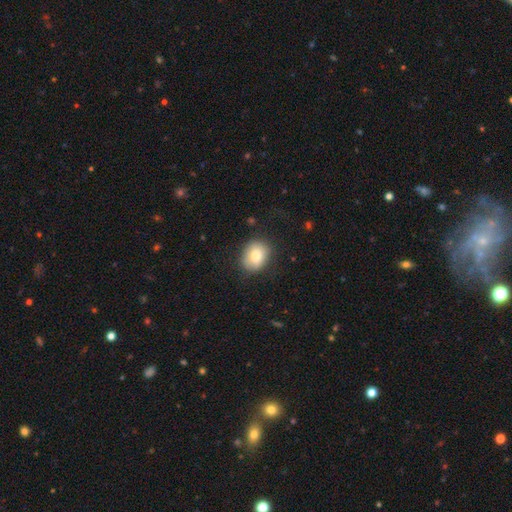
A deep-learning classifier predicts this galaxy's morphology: Smooth or featured? smooth (79%)
How rounded? round (52%)
Merging? none (80%)